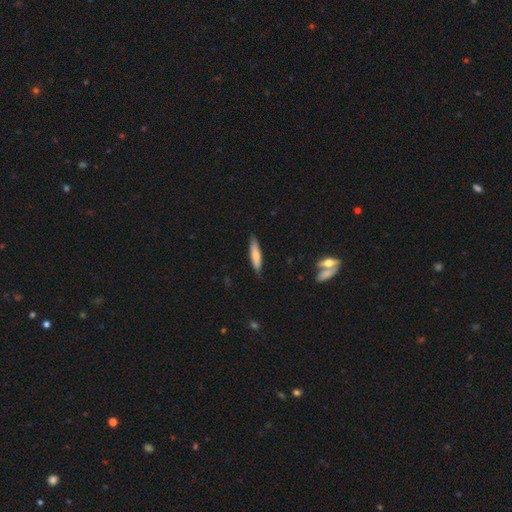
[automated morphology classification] Smooth or featured? Predicted: smooth (p=0.68). How rounded? Predicted: cigar-shaped (p=0.82). Merging? Predicted: none (p=0.84).